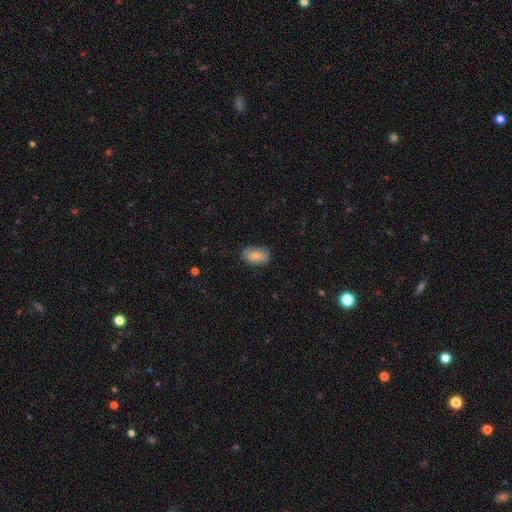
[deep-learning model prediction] Morphology: type=smooth (85%); roundness=in between (91%); merging=none (80%).